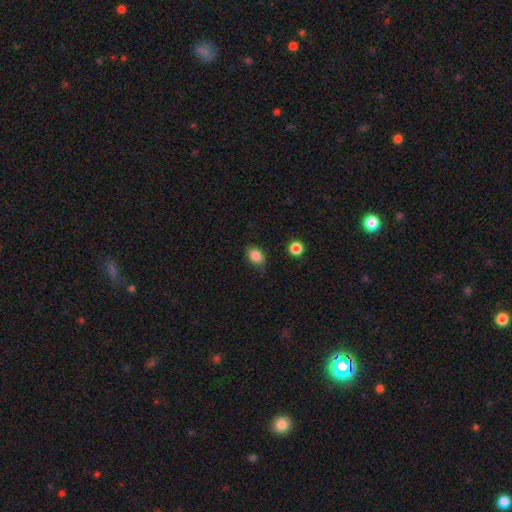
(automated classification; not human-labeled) Smooth or featured: smooth — 85% (star or artifact — 10%)
How rounded: in between — 67% (round — 32%)
Merging: none — 72% (minor disturbance — 22%)